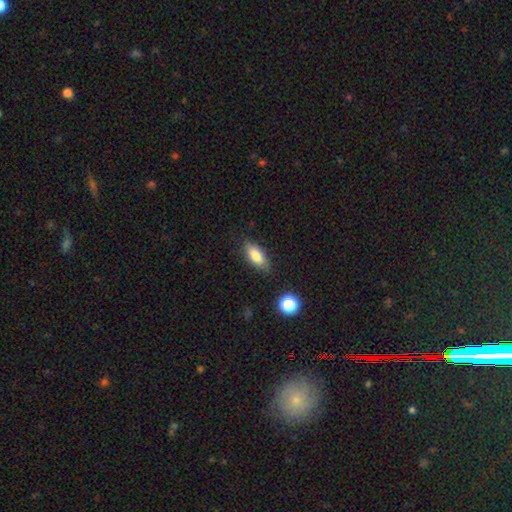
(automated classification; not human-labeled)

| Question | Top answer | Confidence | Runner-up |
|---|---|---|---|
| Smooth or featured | smooth | 80% | featured or disk (12%) |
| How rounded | in between | 80% | cigar-shaped (16%) |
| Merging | none | 80% | minor disturbance (15%) |